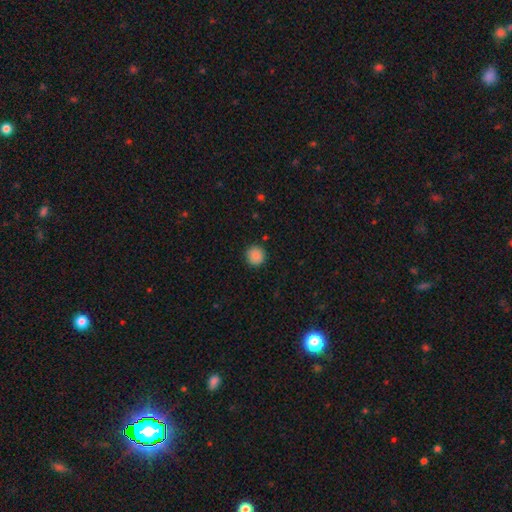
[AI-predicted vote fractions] Q: Smooth or featured?
A: smooth (87%); runner-up: star or artifact (9%)
Q: How rounded?
A: round (94%); runner-up: in between (5%)
Q: Merging?
A: none (90%); runner-up: minor disturbance (7%)